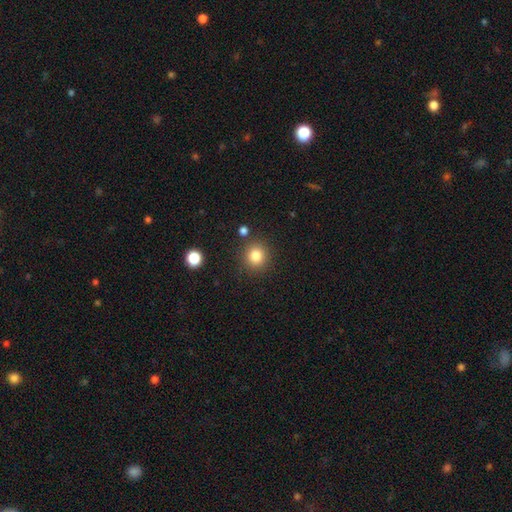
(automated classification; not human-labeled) This is clearly a smooth galaxy (82%). How rounded: clearly round (91%). Merging: clearly none (86%).